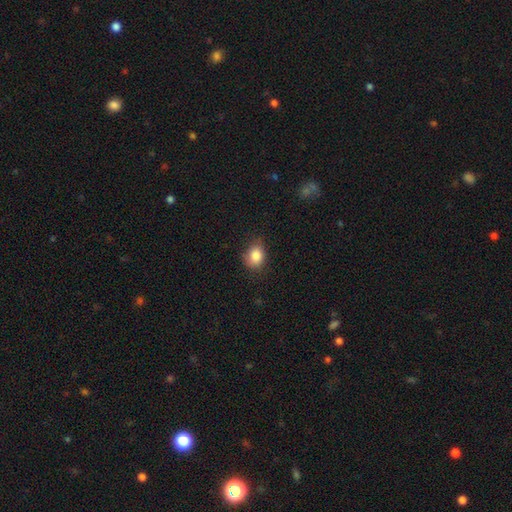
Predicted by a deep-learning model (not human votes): smooth-or-featured: smooth: 85% | star or artifact: 9% | featured or disk: 6%
  how-rounded: in between: 53% | round: 46% | cigar-shaped: 1%
  merging: none: 70% | minor disturbance: 24% | major disturbance: 5% | merger: 1%